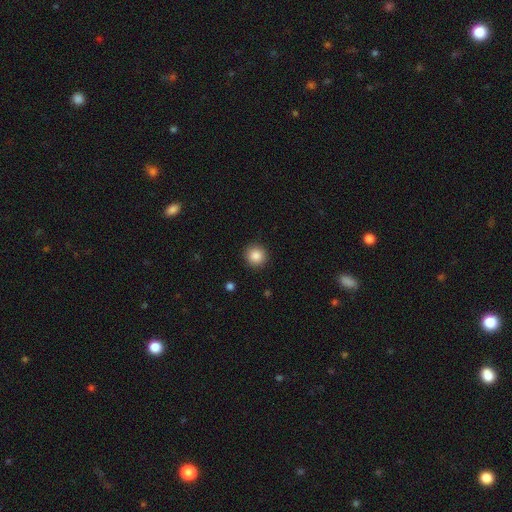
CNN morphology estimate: Smooth or featured? smooth (87%)
How rounded? round (94%)
Merging? none (92%)